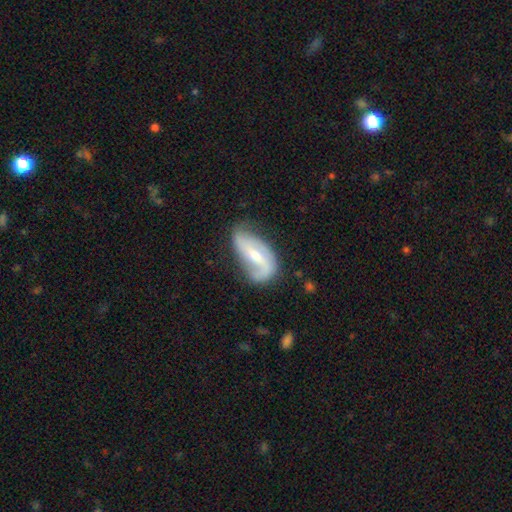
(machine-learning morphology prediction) featured or disk 77%, smooth 17%, star or artifact 6%. Down the decision tree: edge-on disk — no (95%); bar — weak (44%); spiral arms — yes (90%); spiral arm count — 2 (76%); spiral winding — loose (49%); bulge size — moderate (49%); merging — none (53%).